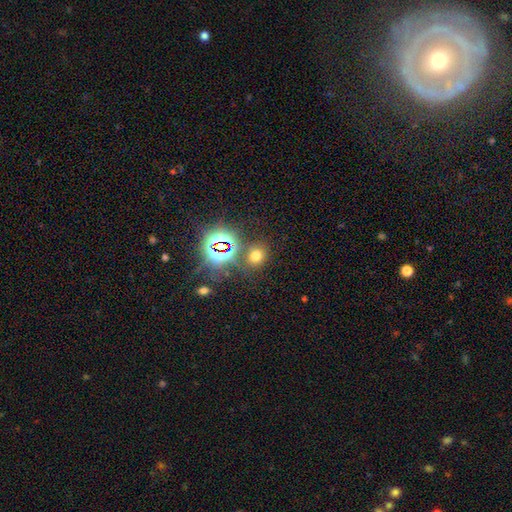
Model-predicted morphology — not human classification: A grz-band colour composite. It shows a smooth galaxy with no disk features (60%) that is round (68%). Merging: none (77%).